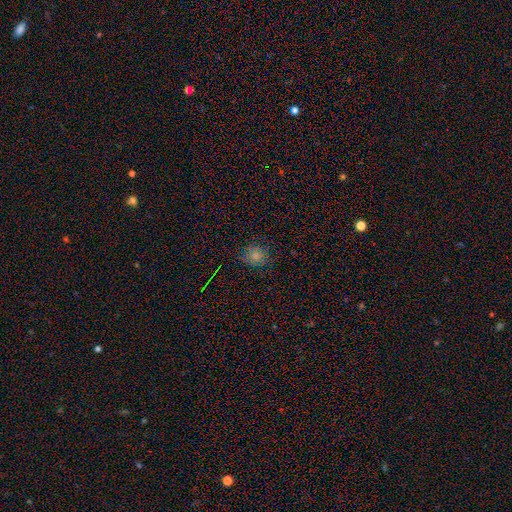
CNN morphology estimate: smooth_or_featured: smooth (p=0.75) [alt: star or artifact p=0.18]
how_rounded: round (p=0.80) [alt: in between p=0.19]
merging: none (p=0.79) [alt: minor disturbance p=0.15]